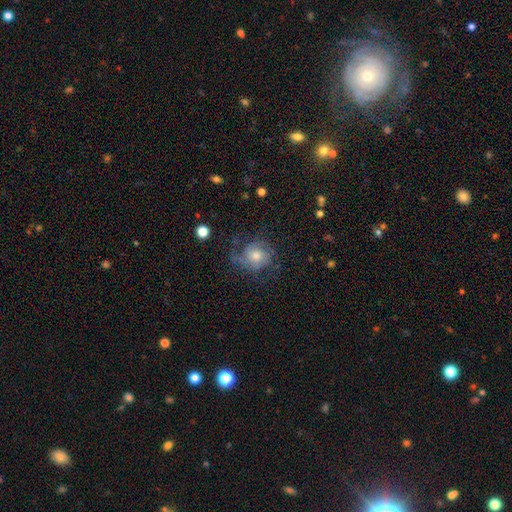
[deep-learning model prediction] smooth-or-featured: featured or disk: 67% | smooth: 22% | star or artifact: 10%
  disk-edge-on: no: 97% | yes: 3%
    bar: no: 76% | weak: 21% | strong: 3%
    has-spiral-arms: yes: 90% | no: 10%
      spiral-winding: tight: 44% | medium: 39% | loose: 17%
      spiral-arm-count: 2: 35% | can't tell: 27% | 3: 18% | 1: 11% | 4: 5% | more than 4: 4%
    bulge-size: moderate: 61% | small: 23% | large: 11% | none: 3% | dominant: 2%
  merging: none: 63% | minor disturbance: 20% | major disturbance: 16% | merger: 2%